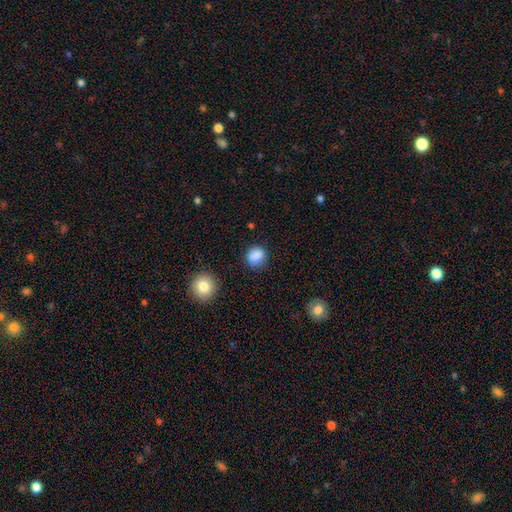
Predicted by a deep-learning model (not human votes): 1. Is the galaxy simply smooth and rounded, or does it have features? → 86% smooth, 10% star or artifact, 4% featured or disk.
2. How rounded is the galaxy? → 75% round, 24% in between, 1% cigar-shaped.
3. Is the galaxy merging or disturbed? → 80% none, 14% minor disturbance, 4% major disturbance, 2% merger.